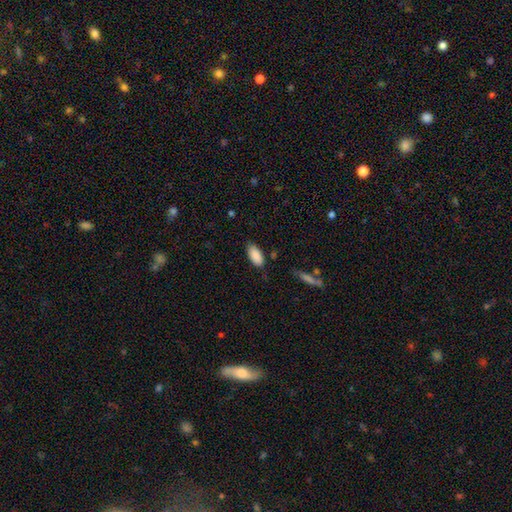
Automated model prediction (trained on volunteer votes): smooth 88%, star or artifact 7%, featured or disk 5%. Down the decision tree: how rounded — in between (91%); merging — none (80%).